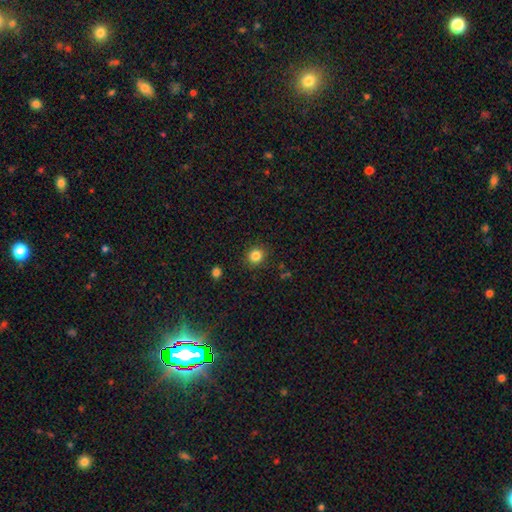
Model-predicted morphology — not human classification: Q: Smooth or featured?
A: smooth (84%); runner-up: star or artifact (11%)
Q: How rounded?
A: round (84%); runner-up: in between (15%)
Q: Merging?
A: none (89%); runner-up: minor disturbance (7%)